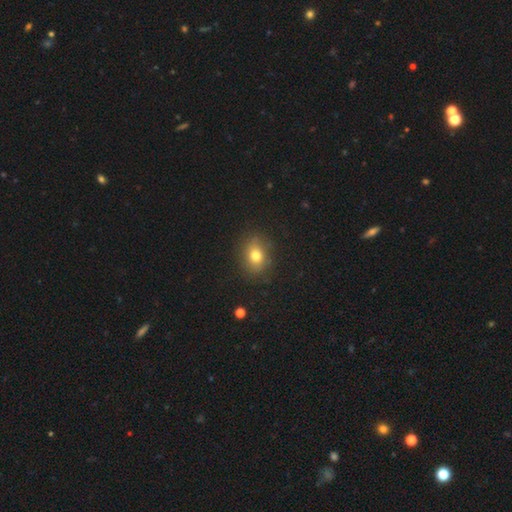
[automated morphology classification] A smooth galaxy with no disk features (76%) that is in between round and cigar-shaped (54%). Merging: none (83%).